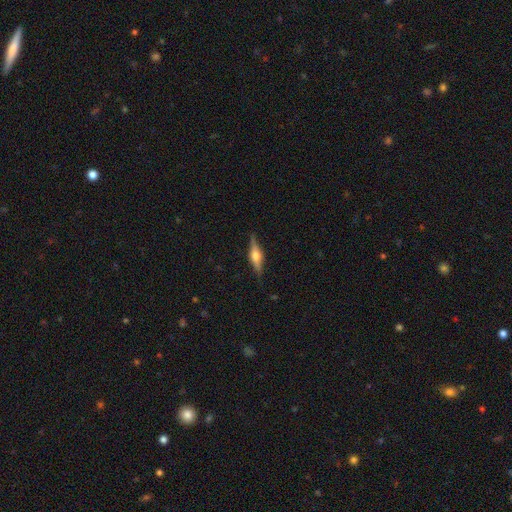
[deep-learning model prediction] Smooth or featured: featured or disk — 67% (smooth — 27%)
Edge-on disk: yes — 96% (no — 4%)
Edge-on bulge: rounded — 91% (boxy — 7%)
Merging: none — 86% (minor disturbance — 11%)